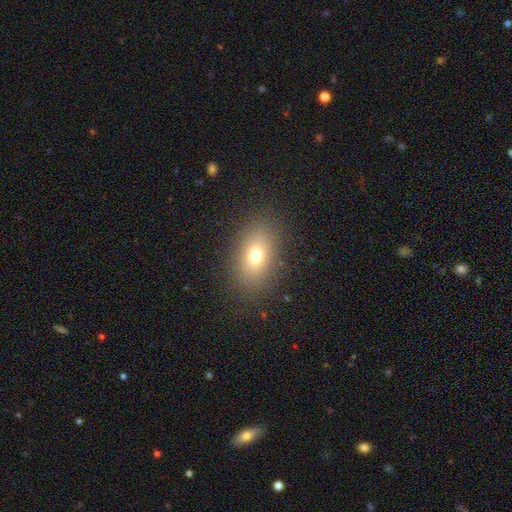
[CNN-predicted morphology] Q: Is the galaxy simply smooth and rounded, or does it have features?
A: smooth — 73%.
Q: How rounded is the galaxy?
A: in between — 82%.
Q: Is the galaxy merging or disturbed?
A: none — 86%.